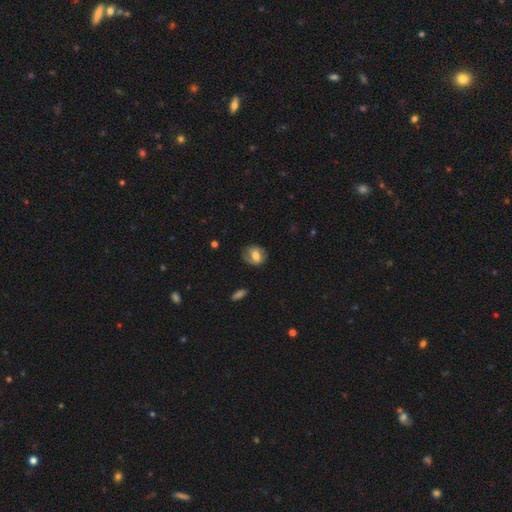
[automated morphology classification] Q: Smooth or featured?
A: smooth (61%); runner-up: featured or disk (31%)
Q: How rounded?
A: round (60%); runner-up: in between (39%)
Q: Merging?
A: none (73%); runner-up: minor disturbance (19%)